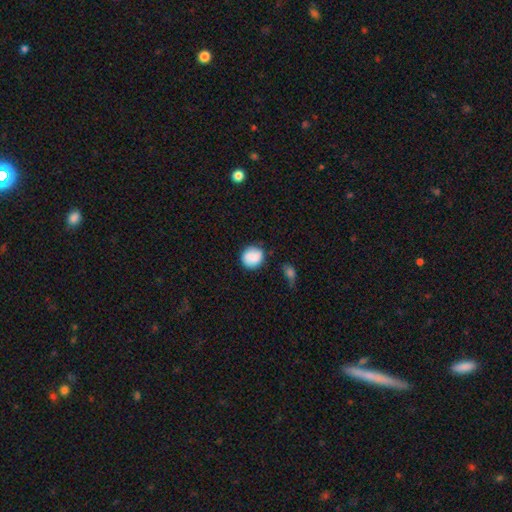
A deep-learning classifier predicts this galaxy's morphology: type=smooth (80%); roundness=round (86%); merging=none (74%).